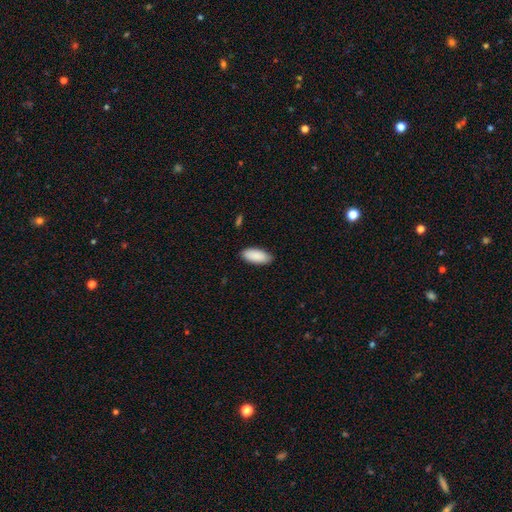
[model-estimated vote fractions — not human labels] This is clearly a smooth galaxy (90%). How rounded: clearly in between (87%). Merging: clearly none (87%).